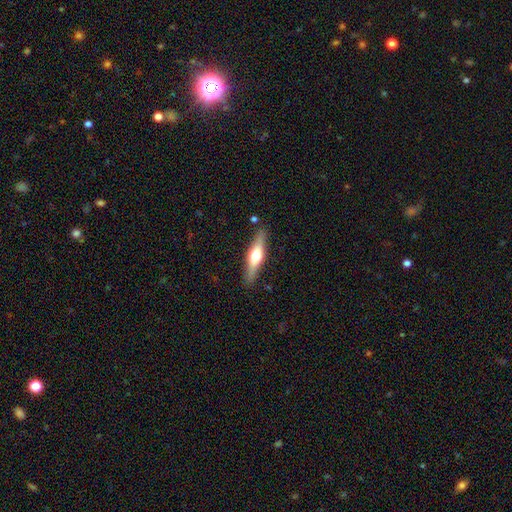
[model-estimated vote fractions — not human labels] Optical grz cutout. It shows a featured or disk galaxy (60%) viewed edge-on (95%) with a rounded central bulge (95%). Merging: none (87%).